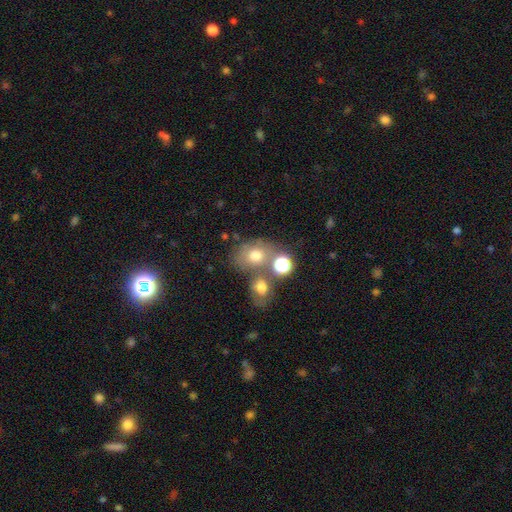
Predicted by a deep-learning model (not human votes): Smooth or featured: smooth — 67% (featured or disk — 17%)
How rounded: round — 51% (in between — 48%)
Merging: none — 46% (merger — 32%)